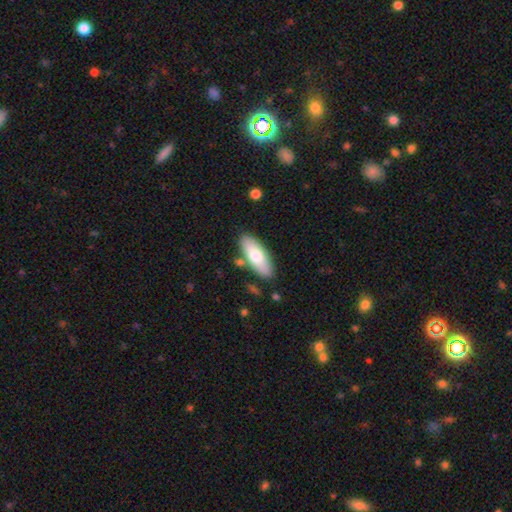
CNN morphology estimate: This is likely a smooth galaxy (70%). How rounded: likely in between (75%). Merging: clearly none (81%).